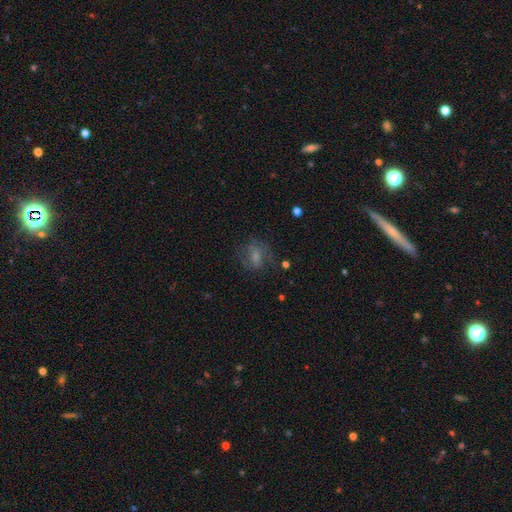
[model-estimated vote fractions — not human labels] A smooth galaxy with no disk features (53%) that is in between round and cigar-shaped (55%). Merging: none (55%).